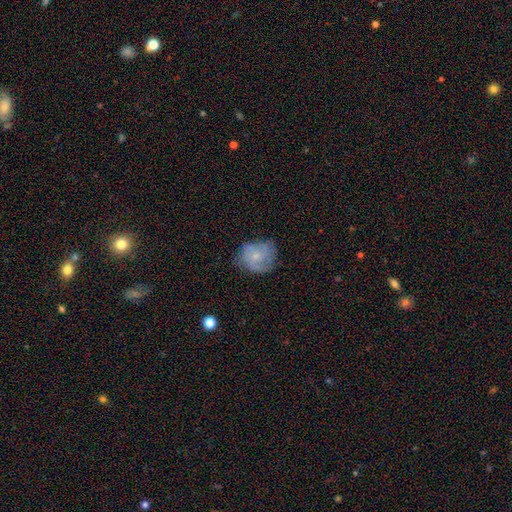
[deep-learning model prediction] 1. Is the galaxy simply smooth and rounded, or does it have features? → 51% featured or disk, 41% smooth, 8% star or artifact.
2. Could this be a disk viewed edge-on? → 98% no, 2% yes.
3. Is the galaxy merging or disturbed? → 59% none, 27% minor disturbance, 12% major disturbance, 2% merger.